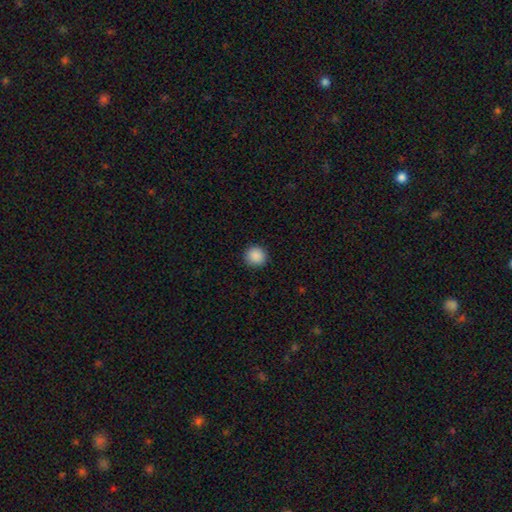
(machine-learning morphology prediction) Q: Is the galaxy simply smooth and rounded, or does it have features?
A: smooth — 89%.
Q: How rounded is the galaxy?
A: round — 92%.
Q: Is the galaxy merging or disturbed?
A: none — 92%.